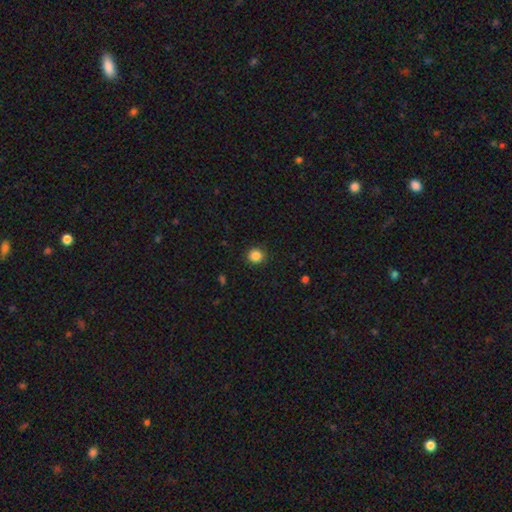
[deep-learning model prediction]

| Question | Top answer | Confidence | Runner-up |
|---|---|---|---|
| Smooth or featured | smooth | 85% | star or artifact (11%) |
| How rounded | round | 92% | in between (7%) |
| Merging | none | 90% | minor disturbance (7%) |